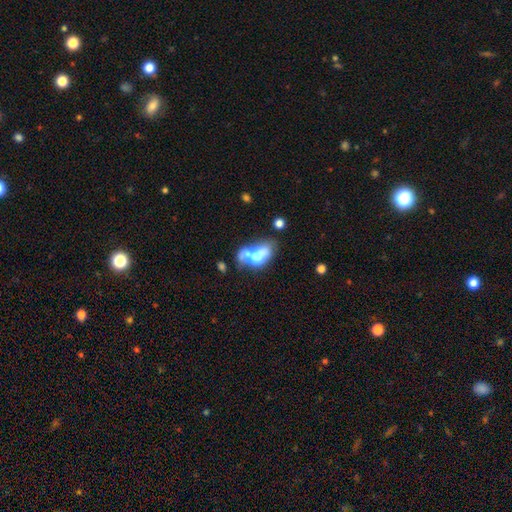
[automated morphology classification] Smooth or featured? Predicted: smooth (p=0.53). How rounded? Predicted: in between (p=0.82). Merging? Predicted: merger (p=0.60).